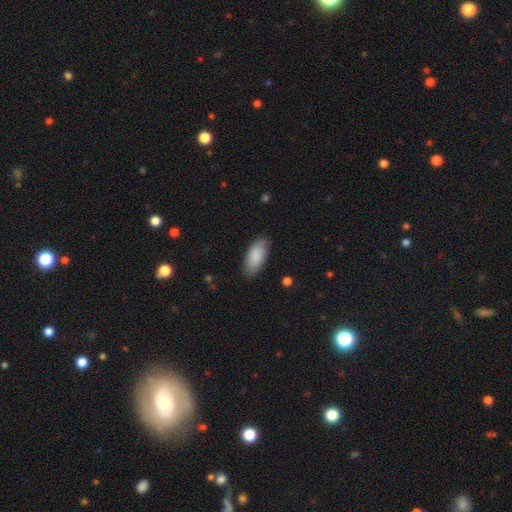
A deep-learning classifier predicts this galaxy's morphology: Smooth or featured?
  - smooth: 86% *
  - featured or disk: 9%
  - star or artifact: 5%
How rounded?
  - in between: 87% *
  - cigar-shaped: 11%
  - round: 2%
Merging?
  - none: 82% *
  - minor disturbance: 14%
  - major disturbance: 3%
  - merger: 1%